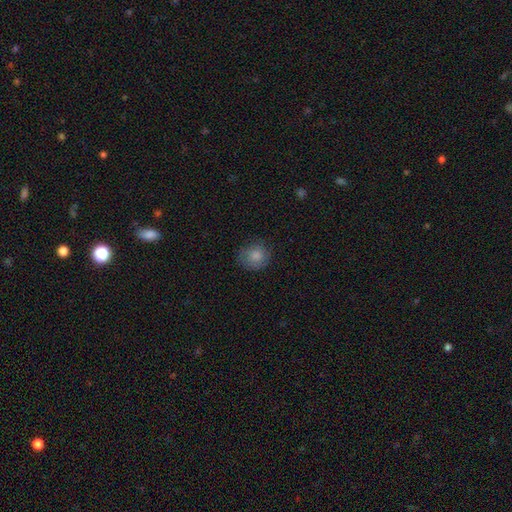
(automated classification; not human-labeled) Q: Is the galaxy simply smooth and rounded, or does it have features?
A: smooth — 83%.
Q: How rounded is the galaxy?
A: round — 84%.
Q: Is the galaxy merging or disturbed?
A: none — 77%.